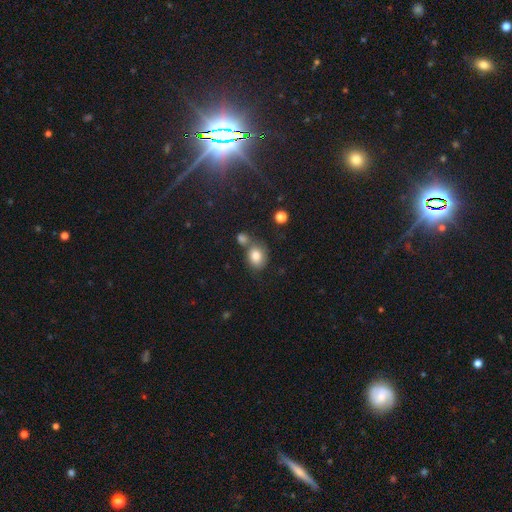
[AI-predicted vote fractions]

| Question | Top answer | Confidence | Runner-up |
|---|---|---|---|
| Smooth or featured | smooth | 82% | star or artifact (10%) |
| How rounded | in between | 55% | round (44%) |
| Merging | none | 49% | merger (31%) |